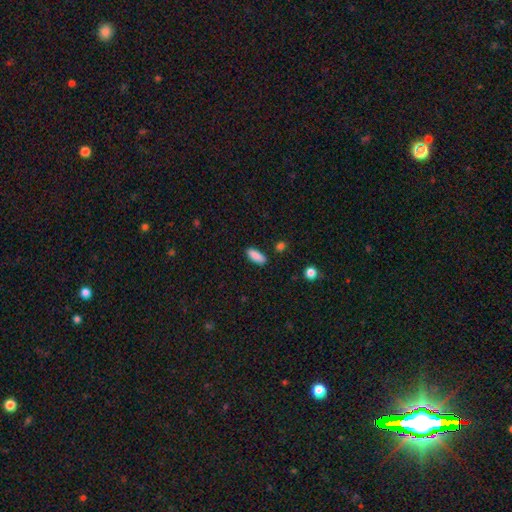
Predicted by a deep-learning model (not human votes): Smooth or featured: smooth — 89% (star or artifact — 7%)
How rounded: in between — 72% (cigar-shaped — 26%)
Merging: none — 85% (minor disturbance — 10%)